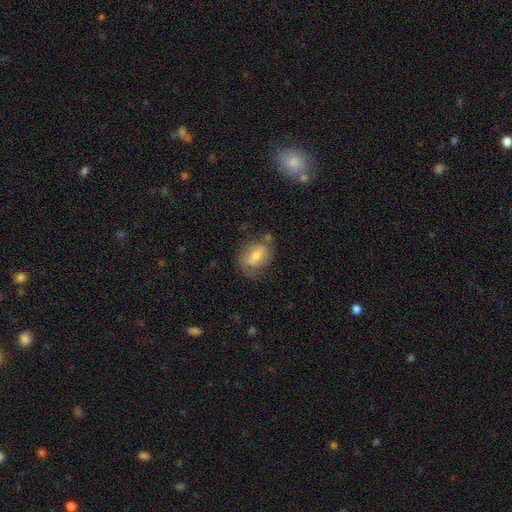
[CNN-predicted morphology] Smooth or featured? Predicted: smooth (p=0.57). How rounded? Predicted: in between (p=0.69). Merging? Predicted: none (p=0.54).